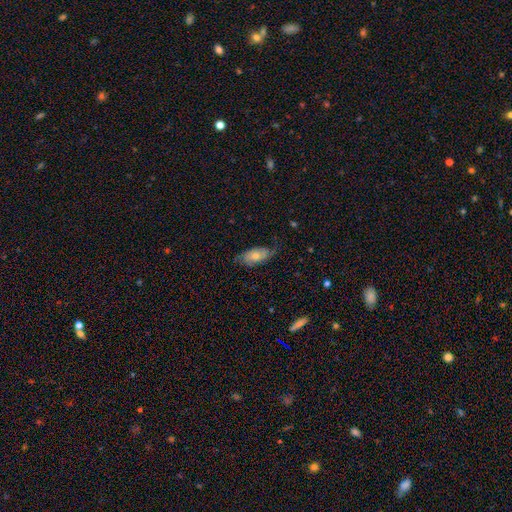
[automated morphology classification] type=smooth (47%); merging=none (64%).